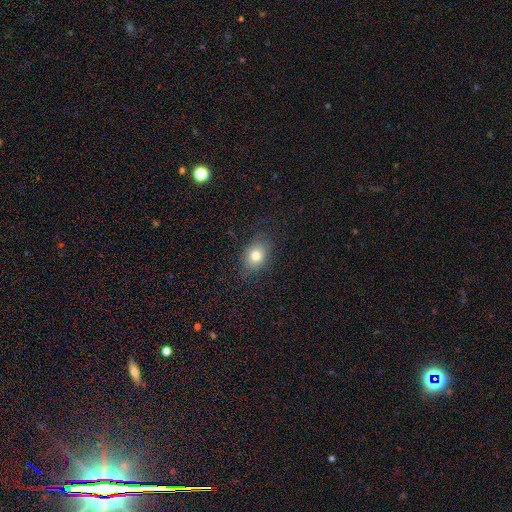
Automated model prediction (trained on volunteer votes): Smooth or featured?
  - smooth: 77% *
  - star or artifact: 12%
  - featured or disk: 11%
How rounded?
  - in between: 62% *
  - round: 37%
  - cigar-shaped: 2%
Merging?
  - none: 79% *
  - minor disturbance: 15%
  - major disturbance: 5%
  - merger: 1%